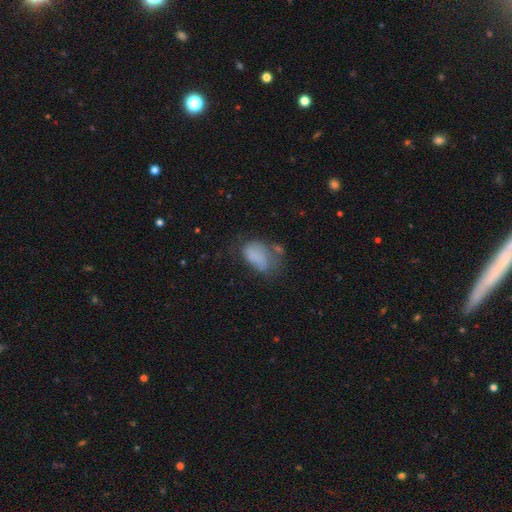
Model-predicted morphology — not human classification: A smooth galaxy with no disk features (70%) that is in between round and cigar-shaped (86%). Merging: none (37%).